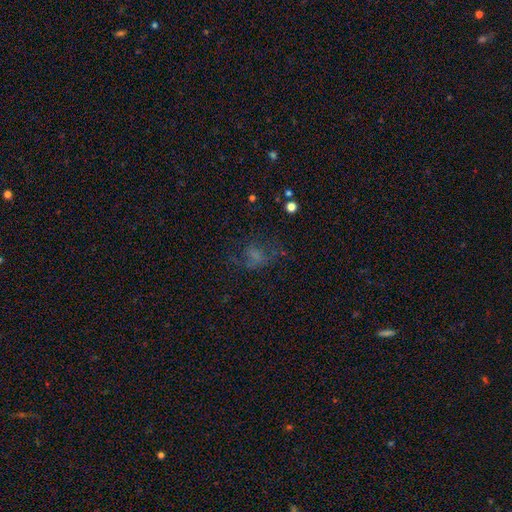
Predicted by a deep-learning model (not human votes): smooth 41%, featured or disk 35%, star or artifact 24%. Down the decision tree: merging — none (42%).